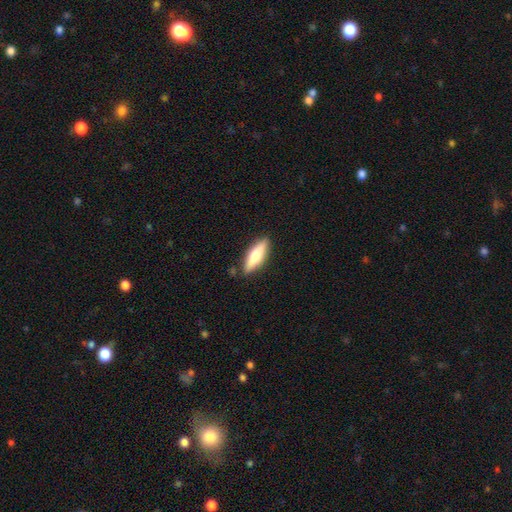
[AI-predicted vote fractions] Overall: smooth (61%; featured or disk 34%). How rounded: cigar-shaped (55%; in between 43%). Merging: none (87%).